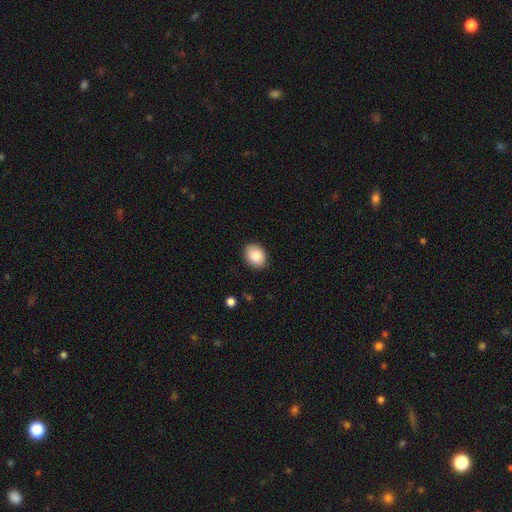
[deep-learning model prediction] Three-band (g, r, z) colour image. It shows a smooth galaxy with no disk features (88%) that is in between round and cigar-shaped (59%). Merging: none (88%).